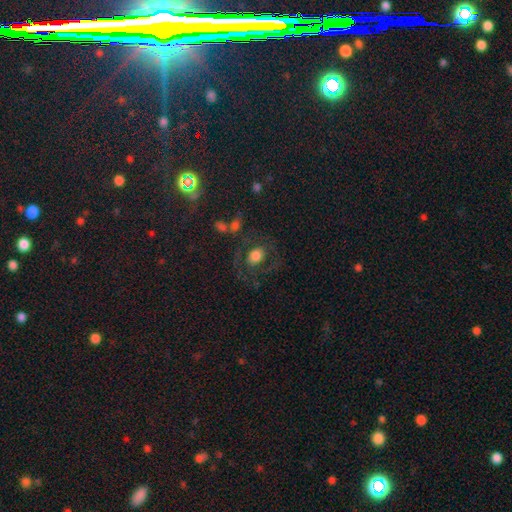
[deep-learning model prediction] smooth 56%, featured or disk 35%, star or artifact 10%. Down the decision tree: how rounded — in between (51%); merging — none (63%).